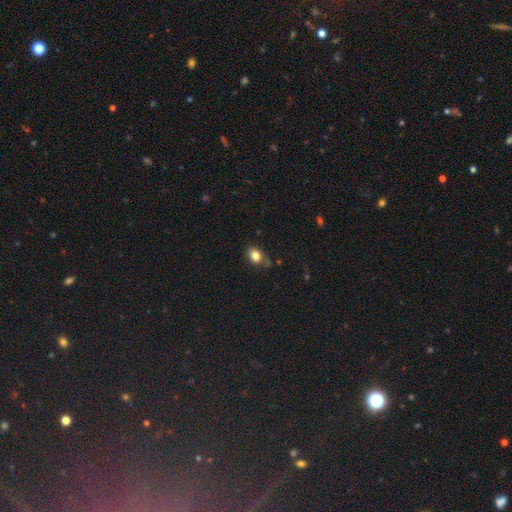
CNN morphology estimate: smooth_or_featured: smooth (p=0.82) [alt: star or artifact p=0.10]
how_rounded: in between (p=0.66) [alt: round p=0.33]
merging: none (p=0.68) [alt: minor disturbance p=0.23]